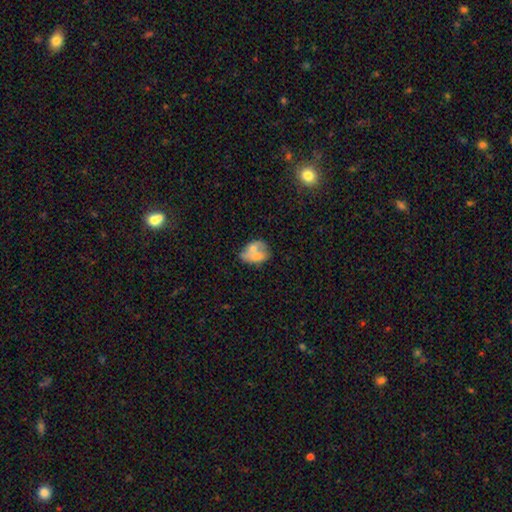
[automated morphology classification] smooth-or-featured: smooth: 57% | featured or disk: 35% | star or artifact: 8%
  how-rounded: in between: 72% | round: 26% | cigar-shaped: 2%
  merging: merger: 54% | none: 26% | minor disturbance: 13% | major disturbance: 7%